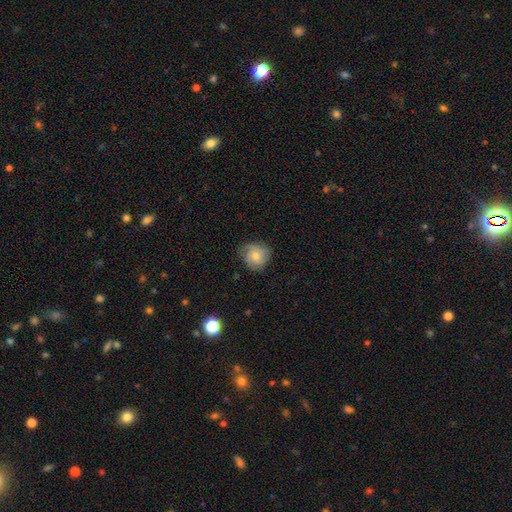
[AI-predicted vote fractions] This is likely a smooth galaxy (62%). How rounded: clearly round (84%). Merging: likely none (68%).